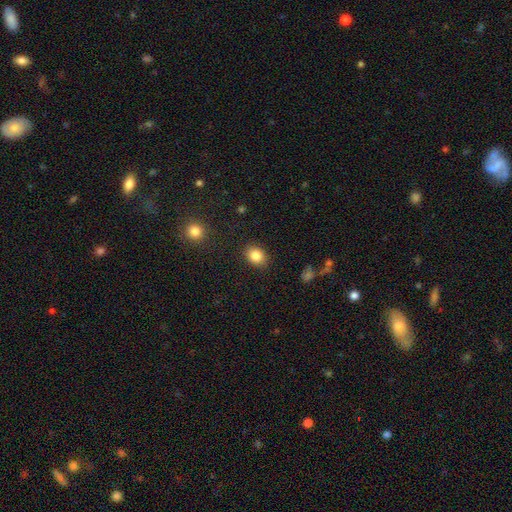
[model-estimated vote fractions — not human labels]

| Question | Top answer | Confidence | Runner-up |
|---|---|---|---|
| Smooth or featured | smooth | 85% | star or artifact (9%) |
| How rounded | in between | 53% | round (46%) |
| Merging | none | 87% | minor disturbance (9%) |